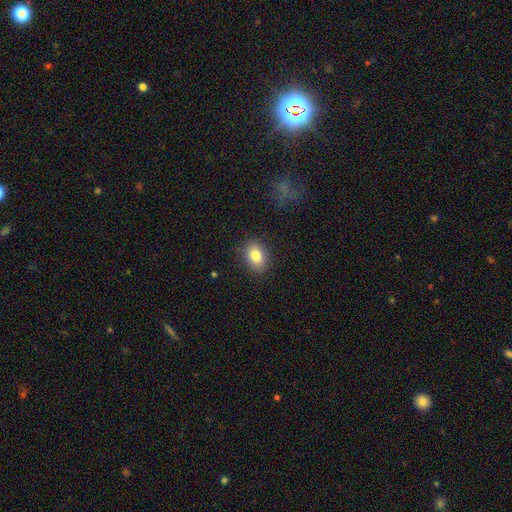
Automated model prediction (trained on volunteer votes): This is clearly a smooth galaxy (82%). How rounded: likely in between (70%). Merging: clearly none (87%).